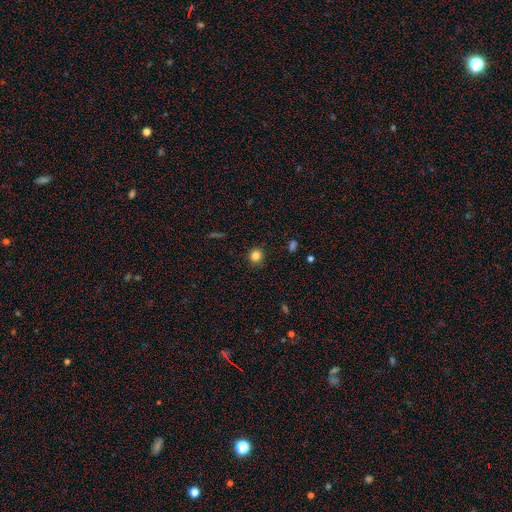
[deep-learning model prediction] smooth-or-featured: smooth: 83% | star or artifact: 12% | featured or disk: 5%
  how-rounded: round: 92% | in between: 7% | cigar-shaped: 1%
  merging: none: 91% | minor disturbance: 6% | major disturbance: 2% | merger: 1%